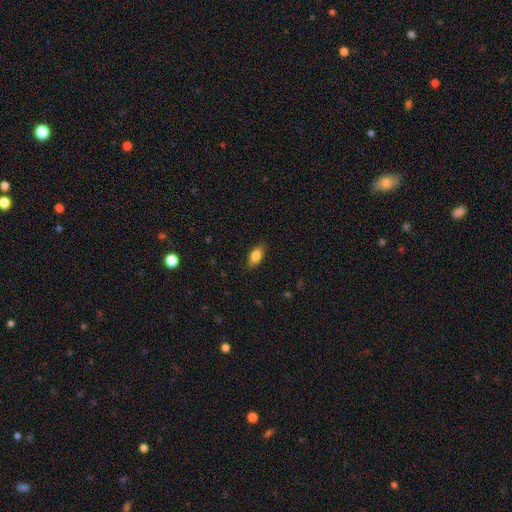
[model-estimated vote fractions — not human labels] A smooth galaxy with no disk features (80%) that is in between round and cigar-shaped (86%). Merging: none (86%).